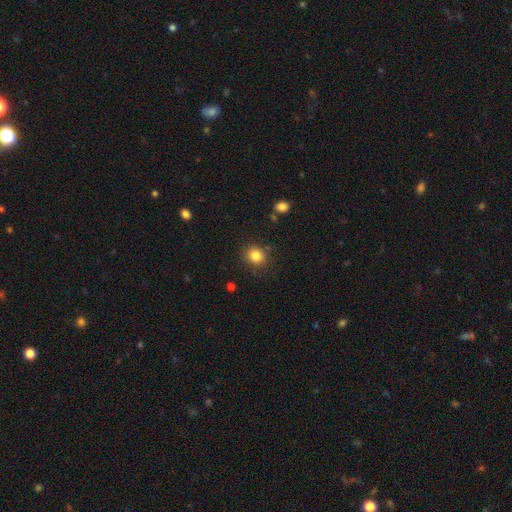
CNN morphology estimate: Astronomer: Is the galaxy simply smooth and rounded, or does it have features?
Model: smooth — 83%.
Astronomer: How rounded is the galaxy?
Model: round — 80%.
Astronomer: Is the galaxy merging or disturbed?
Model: none — 84%.